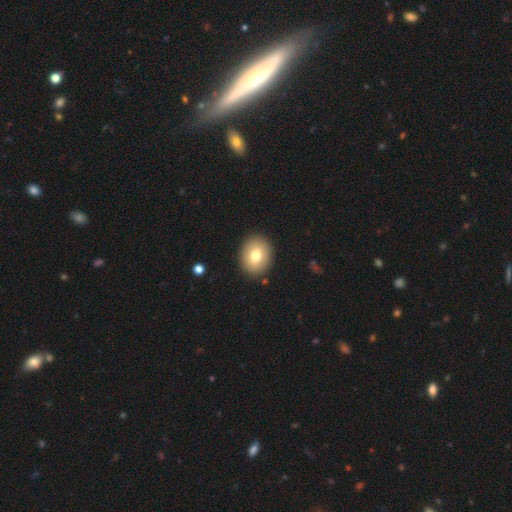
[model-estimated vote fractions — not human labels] Morphology: type=smooth (77%); roundness=in between (52%); merging=none (89%).